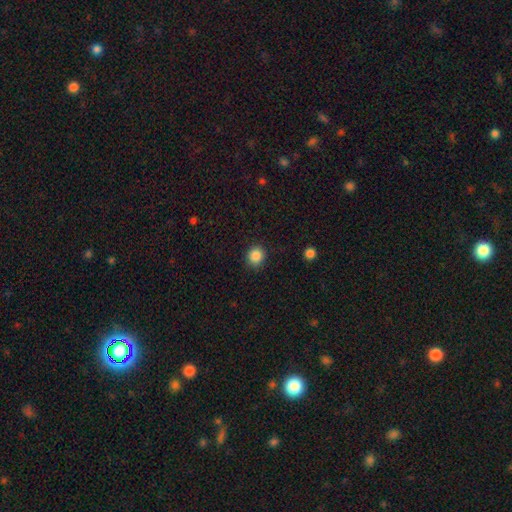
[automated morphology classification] Q: Smooth or featured?
A: smooth (87%); runner-up: star or artifact (10%)
Q: How rounded?
A: round (85%); runner-up: in between (15%)
Q: Merging?
A: none (88%); runner-up: minor disturbance (8%)